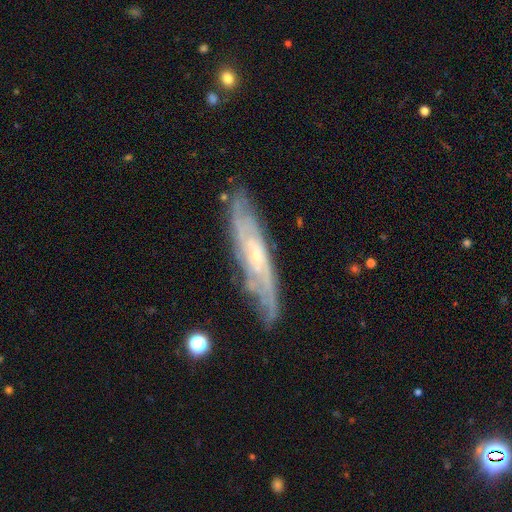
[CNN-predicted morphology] featured or disk 80%, smooth 14%, star or artifact 6%. Down the decision tree: edge-on disk — no (65%); bar — no (68%); spiral arms — yes (93%); bulge size — small (78%); merging — none (79%).